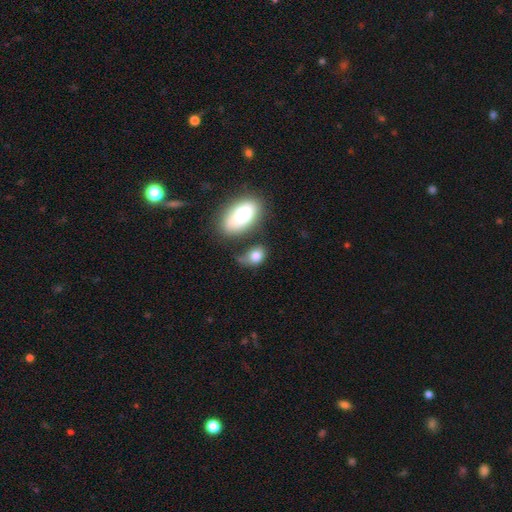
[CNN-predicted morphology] Smooth or featured: smooth — 82% (featured or disk — 10%)
How rounded: in between — 72% (round — 25%)
Merging: none — 38% (minor disturbance — 26%)